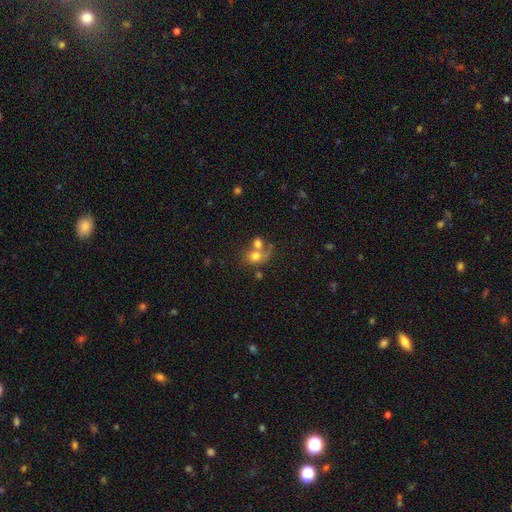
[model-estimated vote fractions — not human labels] Smooth or featured?
  - smooth: 65% *
  - featured or disk: 24%
  - star or artifact: 11%
How rounded?
  - round: 60% *
  - in between: 39%
  - cigar-shaped: 1%
Merging?
  - merger: 54% *
  - none: 25%
  - major disturbance: 11%
  - minor disturbance: 9%